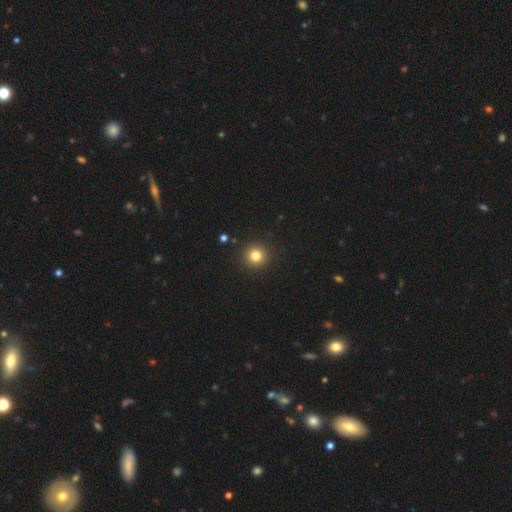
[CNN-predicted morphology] This appears to be a smooth galaxy with no disk features (81%) that is round (94%). Merging: none (91%).